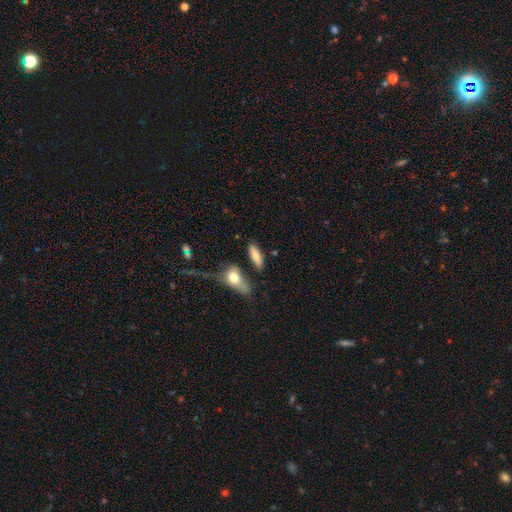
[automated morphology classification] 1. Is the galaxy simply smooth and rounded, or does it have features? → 78% smooth, 16% featured or disk, 7% star or artifact.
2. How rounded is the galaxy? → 60% in between, 37% cigar-shaped, 3% round.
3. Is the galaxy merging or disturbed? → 69% none, 14% minor disturbance, 12% merger, 5% major disturbance.